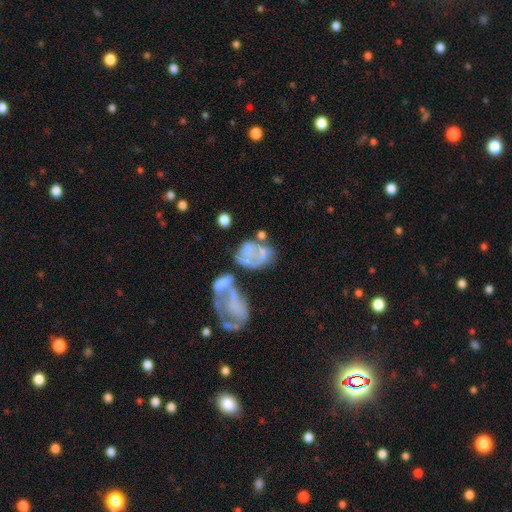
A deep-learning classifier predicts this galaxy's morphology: Smooth or featured?
  - featured or disk: 53% *
  - smooth: 34%
  - star or artifact: 12%
Edge-on disk?
  - no: 97% *
  - yes: 3%
Bar?
  - no: 89% *
  - weak: 8%
  - strong: 3%
Spiral arms?
  - no: 80% *
  - yes: 20%
Bulge size?
  - none: 68% *
  - small: 14%
  - moderate: 13%
  - large: 4%
  - dominant: 2%
Merging?
  - merger: 51% *
  - major disturbance: 20%
  - none: 18%
  - minor disturbance: 12%